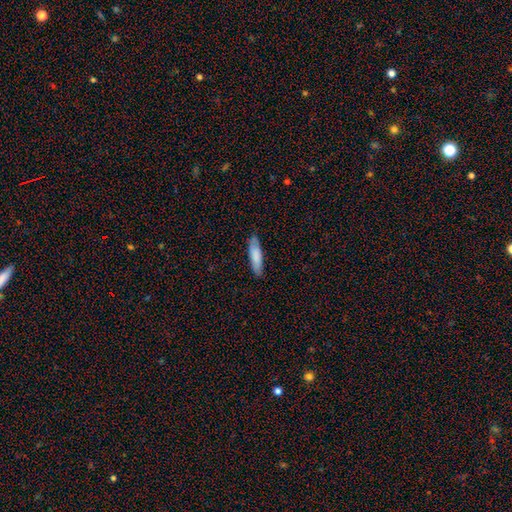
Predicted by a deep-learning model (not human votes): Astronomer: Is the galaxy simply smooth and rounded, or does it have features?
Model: smooth — 80%.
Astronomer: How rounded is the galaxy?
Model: cigar-shaped — 66%.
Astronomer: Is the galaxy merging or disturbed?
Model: none — 83%.